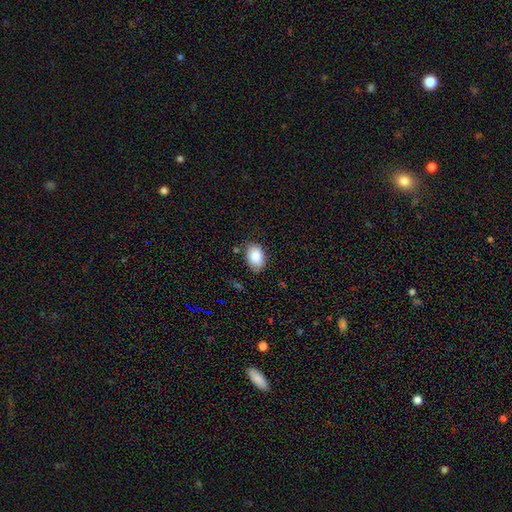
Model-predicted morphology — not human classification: Smooth or featured?
  - smooth: 84% *
  - featured or disk: 8%
  - star or artifact: 7%
How rounded?
  - in between: 86% *
  - round: 13%
  - cigar-shaped: 1%
Merging?
  - none: 74% *
  - minor disturbance: 20%
  - major disturbance: 4%
  - merger: 3%